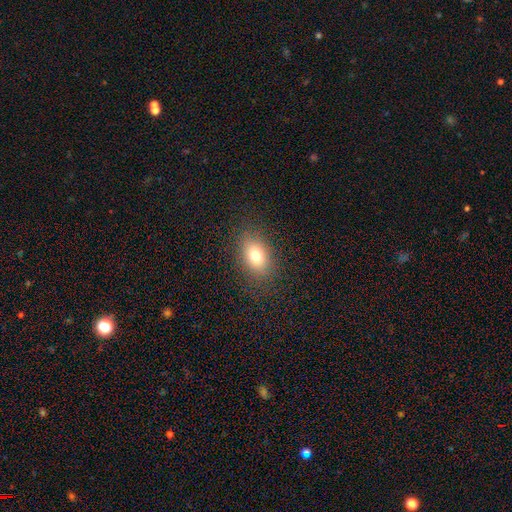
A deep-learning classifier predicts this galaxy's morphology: Q: Smooth or featured?
A: smooth (76%); runner-up: star or artifact (12%)
Q: How rounded?
A: in between (76%); runner-up: round (22%)
Q: Merging?
A: none (85%); runner-up: minor disturbance (10%)